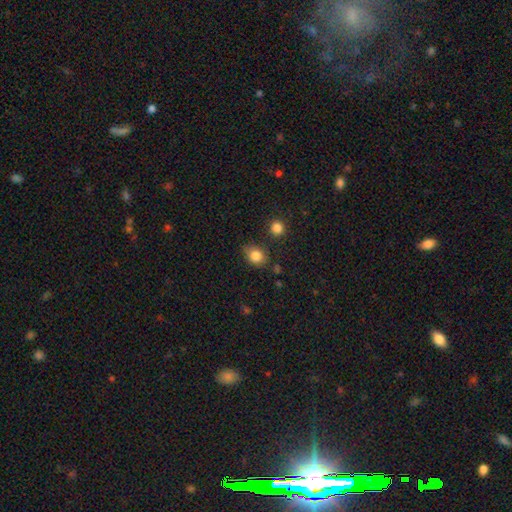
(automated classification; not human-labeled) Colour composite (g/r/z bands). It shows a smooth galaxy with no disk features (84%) that is round (51%). Merging: none (73%).